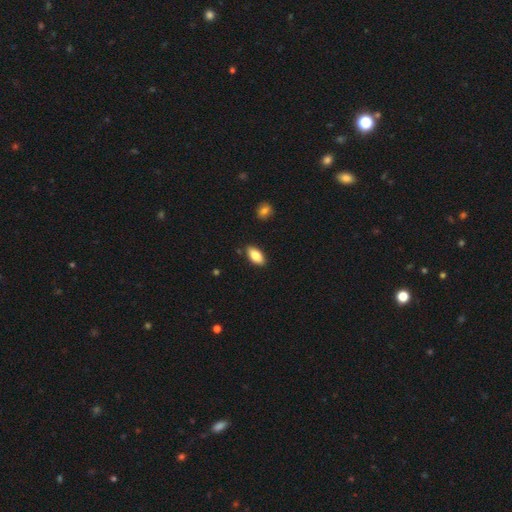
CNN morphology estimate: Overall: smooth (82%). How rounded: in between (92%). Merging: none (87%).